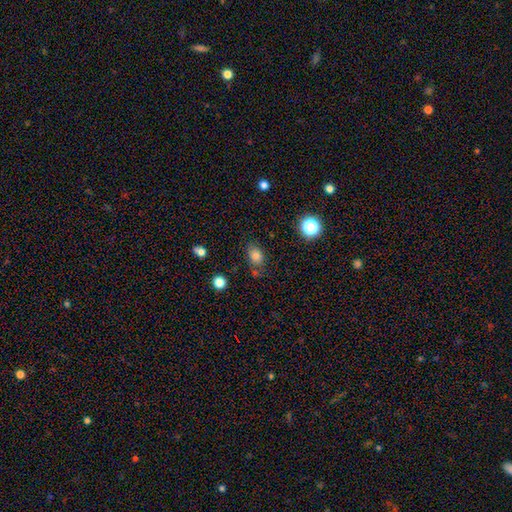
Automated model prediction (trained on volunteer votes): This is likely a smooth galaxy (80%). How rounded: likely in between (73%). Merging: likely none (68%).